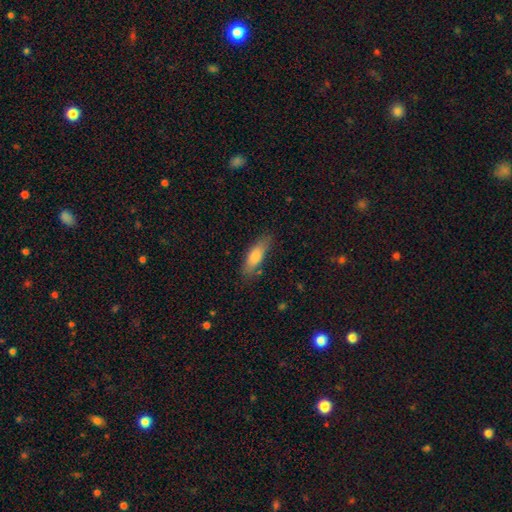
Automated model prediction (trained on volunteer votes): Q: Smooth or featured?
A: smooth (80%); runner-up: featured or disk (14%)
Q: How rounded?
A: in between (52%); runner-up: cigar-shaped (46%)
Q: Merging?
A: none (78%); runner-up: minor disturbance (16%)